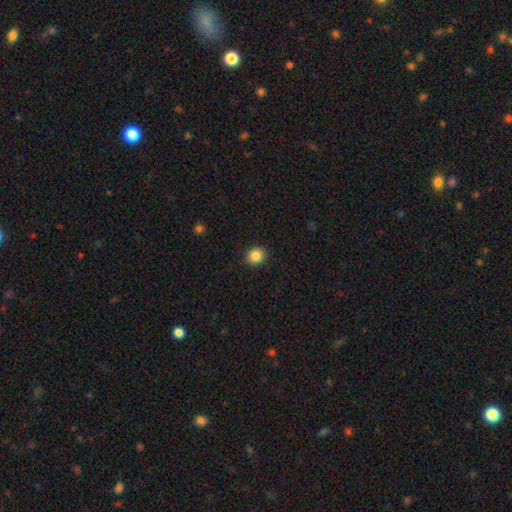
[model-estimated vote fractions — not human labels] This appears to be a smooth galaxy with no disk features (86%) that is round (81%). Merging: none (91%).